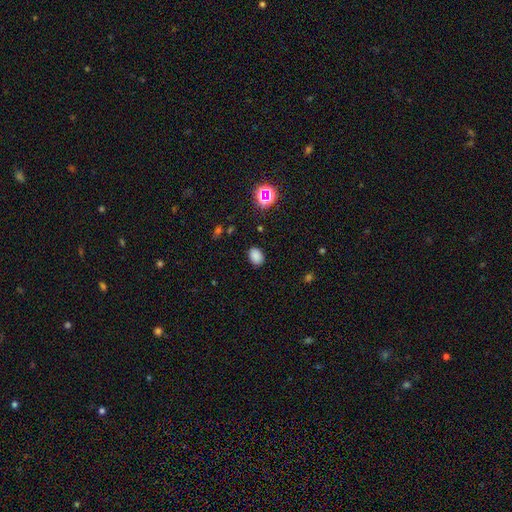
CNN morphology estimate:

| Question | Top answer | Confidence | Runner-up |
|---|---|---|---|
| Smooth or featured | smooth | 81% | star or artifact (15%) |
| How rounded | in between | 73% | round (26%) |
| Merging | none | 86% | minor disturbance (10%) |